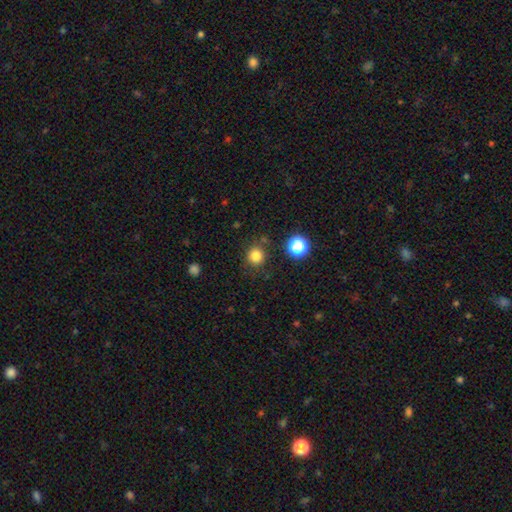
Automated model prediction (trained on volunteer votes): Smooth or featured? Predicted: smooth (p=0.81). How rounded? Predicted: round (p=0.91). Merging? Predicted: none (p=0.83).